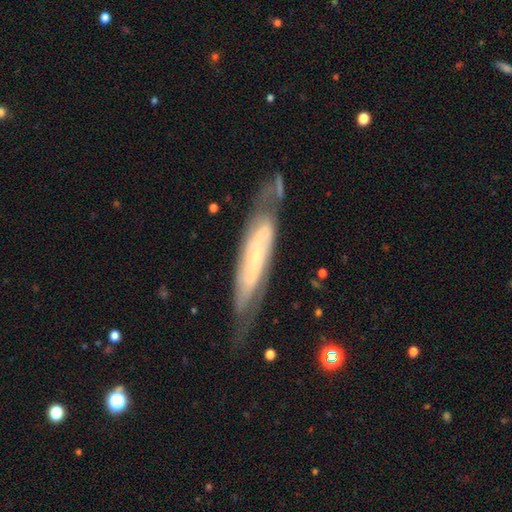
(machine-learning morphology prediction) This is likely a featured or disk galaxy (74%). It is likely not viewed edge-on (64%). Merging: likely none (64%).